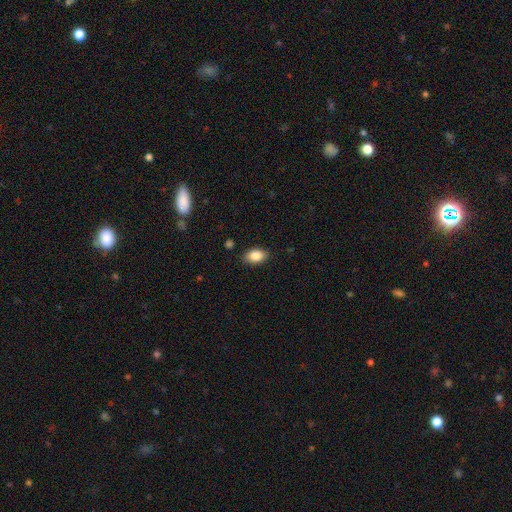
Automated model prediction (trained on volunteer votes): A smooth galaxy with no disk features (87%) that is in between round and cigar-shaped (90%). Merging: none (87%).